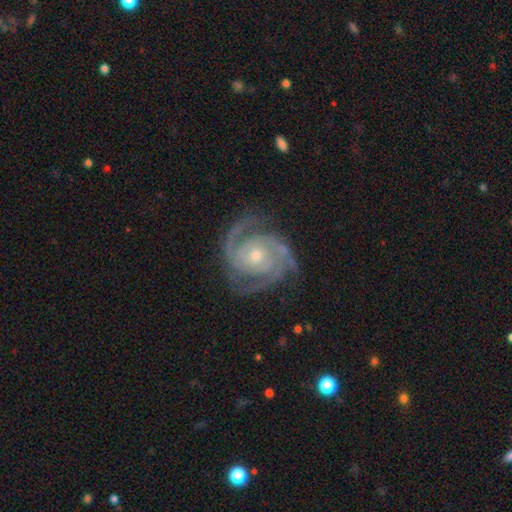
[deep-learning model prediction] smooth_or_featured: featured or disk (p=0.93) [alt: star or artifact p=0.04]
disk_edge_on: no (p=0.98) [alt: yes p=0.02]
bar: no (p=0.70) [alt: weak p=0.23]
has_spiral_arms: yes (p=0.99) [alt: no p=0.01]
spiral_winding: tight (p=0.64) [alt: medium p=0.32]
spiral_arm_count: 3 (p=0.39) [alt: 2 p=0.36]
bulge_size: moderate (p=0.53) [alt: small p=0.43]
merging: none (p=0.77) [alt: minor disturbance p=0.16]